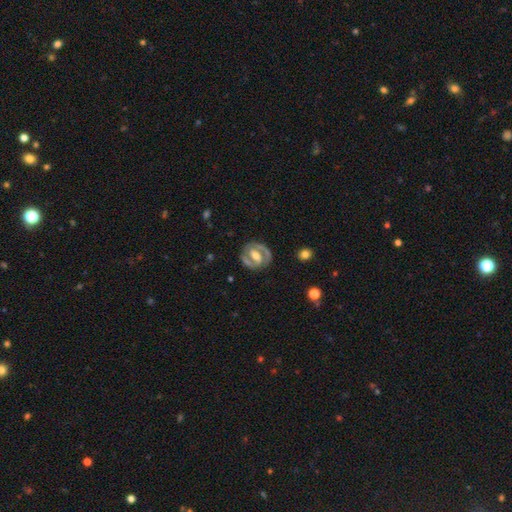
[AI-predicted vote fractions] smooth-or-featured: featured or disk: 79% | smooth: 16% | star or artifact: 5%
  disk-edge-on: no: 96% | yes: 4%
    bar: strong: 42% | weak: 38% | no: 20%
    has-spiral-arms: yes: 77% | no: 23%
      spiral-winding: tight: 47% | medium: 42% | loose: 11%
      spiral-arm-count: 2: 82% | can't tell: 8% | 1: 6% | 3: 2% | 4: 1% | more than 4: 1%
    bulge-size: moderate: 60% | small: 21% | large: 16% | none: 3% | dominant: 2%
  merging: none: 78% | minor disturbance: 14% | major disturbance: 6% | merger: 2%